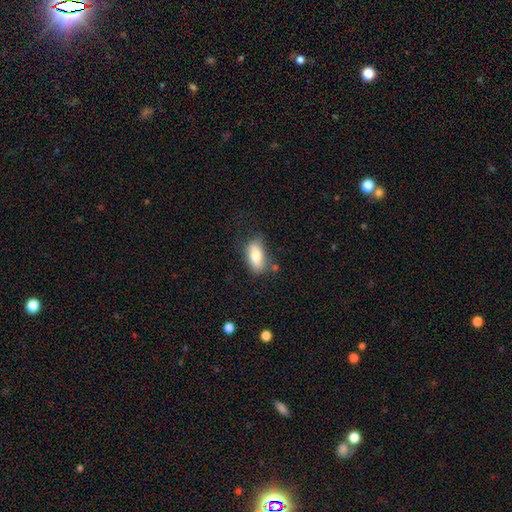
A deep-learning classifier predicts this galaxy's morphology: A smooth galaxy with no disk features (76%) that is in between round and cigar-shaped (88%). Merging: none (67%).